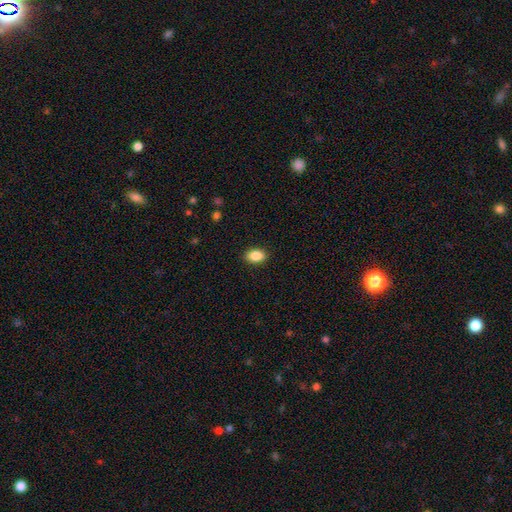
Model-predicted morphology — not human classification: Q: Smooth or featured?
A: smooth (88%); runner-up: star or artifact (8%)
Q: How rounded?
A: in between (86%); runner-up: round (13%)
Q: Merging?
A: none (89%); runner-up: minor disturbance (8%)